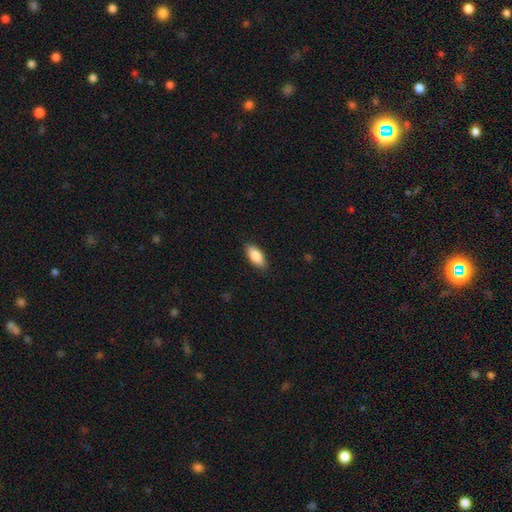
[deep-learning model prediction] Morphology: type=smooth (84%); roundness=in between (85%); merging=none (88%).